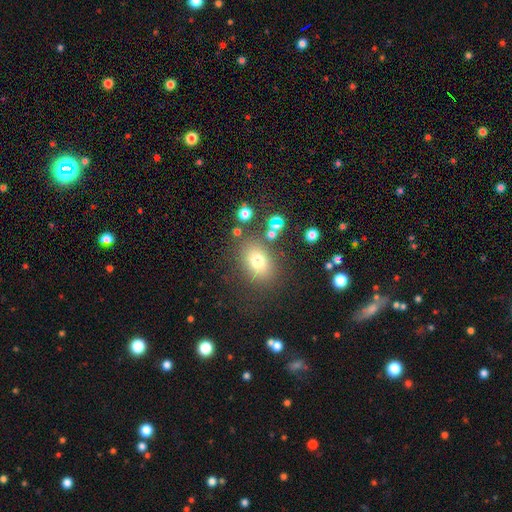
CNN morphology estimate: smooth 66%, star or artifact 22%, featured or disk 12%. Down the decision tree: how rounded — in between (57%); merging — none (76%).